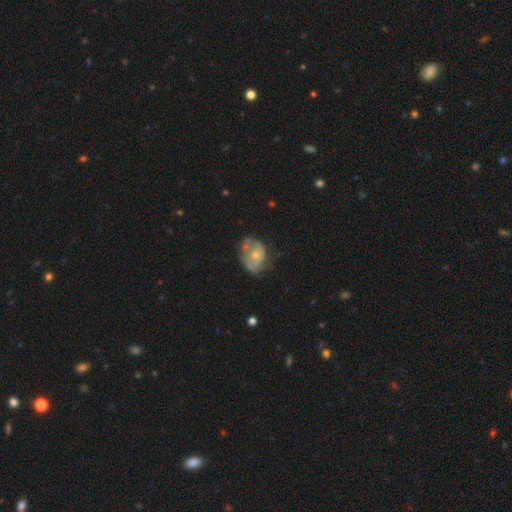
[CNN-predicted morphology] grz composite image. It shows a featured or disk galaxy (50%). Merging: none (38%).